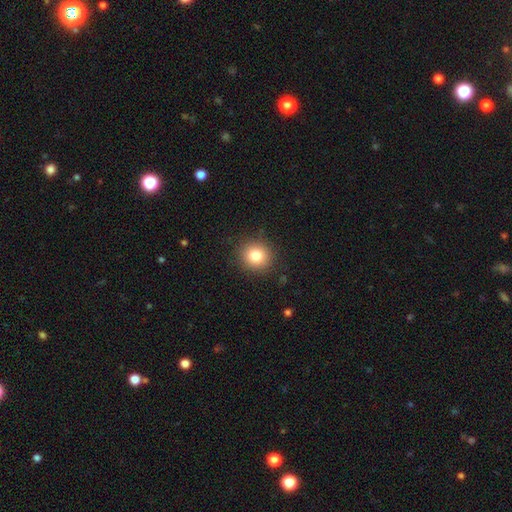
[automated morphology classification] smooth_or_featured: smooth (p=0.82) [alt: star or artifact p=0.11]
how_rounded: round (p=0.88) [alt: in between p=0.11]
merging: none (p=0.89) [alt: minor disturbance p=0.07]